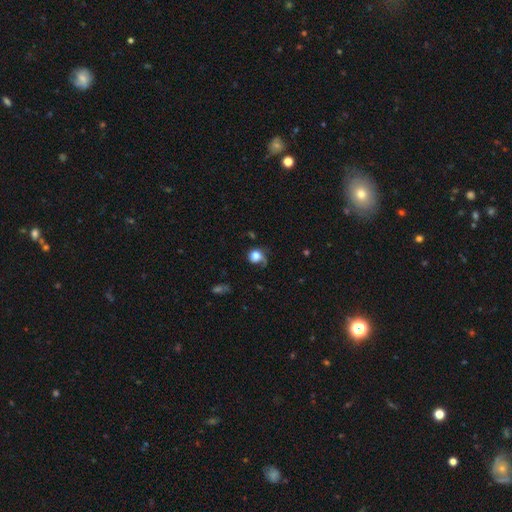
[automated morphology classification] Overall: smooth (70%). How rounded: round (79%). Merging: none (43%; major disturbance 28%).